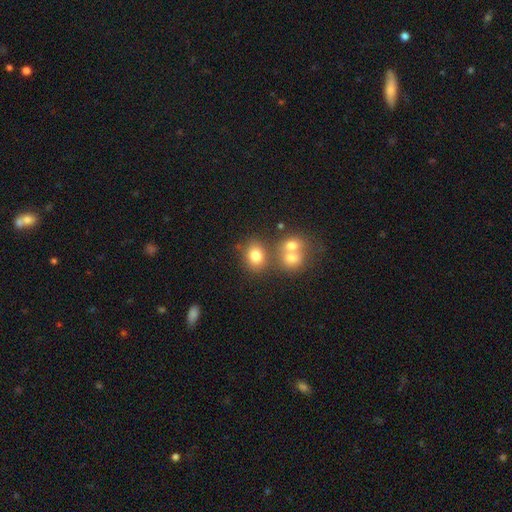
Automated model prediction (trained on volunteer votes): smooth-or-featured: smooth: 78% | star or artifact: 12% | featured or disk: 10%
  how-rounded: round: 53% | in between: 46% | cigar-shaped: 1%
  merging: none: 61% | merger: 25% | minor disturbance: 10% | major disturbance: 4%